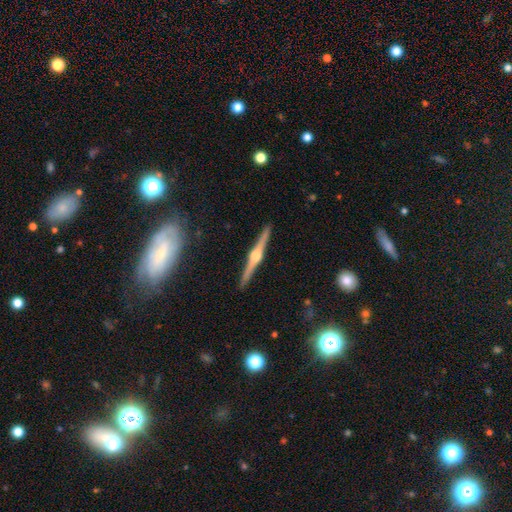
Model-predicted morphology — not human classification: Smooth or featured?
  - featured or disk: 86% *
  - smooth: 9%
  - star or artifact: 5%
Edge-on disk?
  - yes: 99% *
  - no: 1%
Edge-on bulge?
  - rounded: 91% *
  - boxy: 6%
  - none: 3%
Merging?
  - none: 92% *
  - minor disturbance: 6%
  - merger: 1%
  - major disturbance: 1%